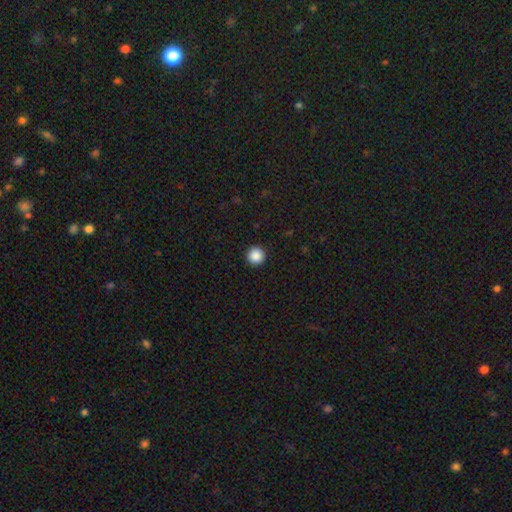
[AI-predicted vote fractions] This is clearly a smooth galaxy (88%). How rounded: clearly round (97%). Merging: clearly none (94%).